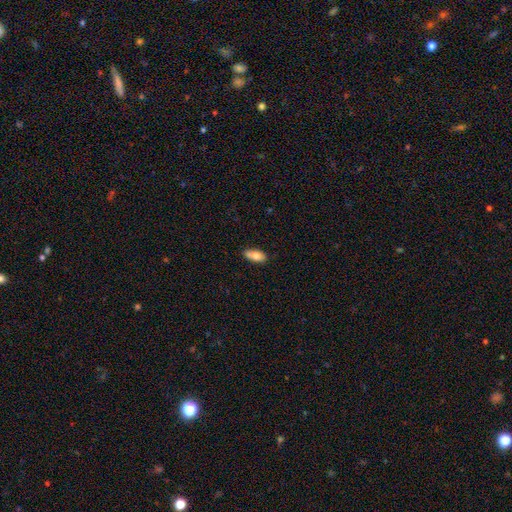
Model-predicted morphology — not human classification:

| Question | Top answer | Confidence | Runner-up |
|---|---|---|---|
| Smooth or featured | smooth | 77% | featured or disk (16%) |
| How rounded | in between | 87% | cigar-shaped (10%) |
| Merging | none | 71% | minor disturbance (20%) |